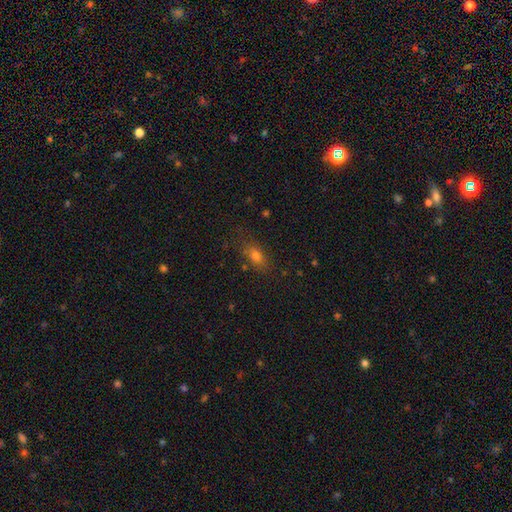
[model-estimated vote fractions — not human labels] Morphology: type=smooth (69%); roundness=in between (70%); merging=none (75%).